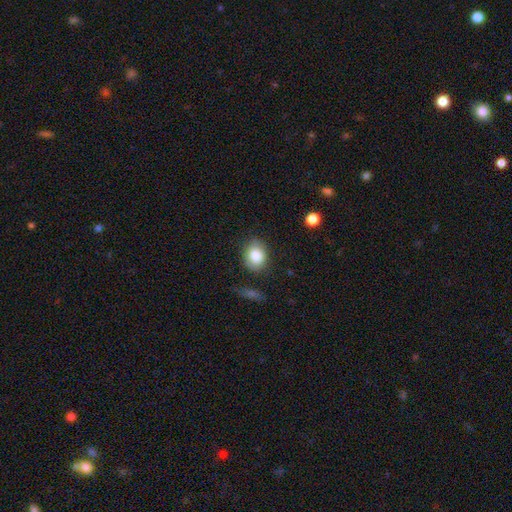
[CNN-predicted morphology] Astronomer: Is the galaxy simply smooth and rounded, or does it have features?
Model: smooth — 84%.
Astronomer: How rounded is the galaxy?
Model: in between — 50% (runner-up: round, 49%).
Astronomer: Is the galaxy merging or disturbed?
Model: none — 79%.